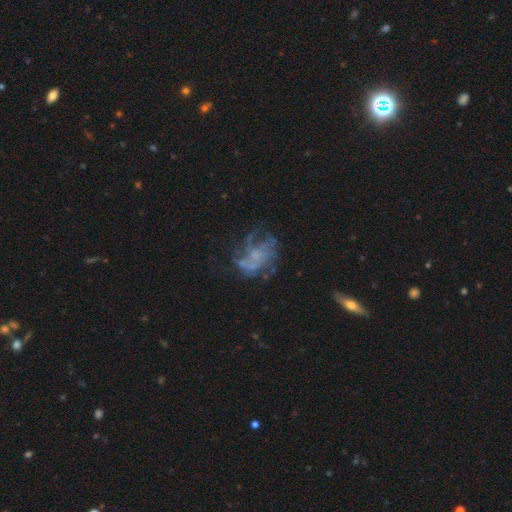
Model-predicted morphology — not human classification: Smooth or featured: featured or disk — 72% (smooth — 15%)
Edge-on disk: no — 97% (yes — 3%)
Bar: no — 79% (weak — 17%)
Spiral arms: yes — 64% (no — 36%)
Bulge size: none — 42% (small — 36%)
Merging: none — 50% (major disturbance — 27%)